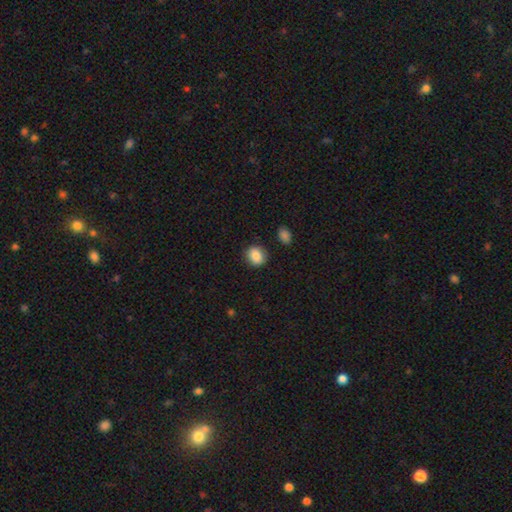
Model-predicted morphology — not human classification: Overall: smooth (86%). How rounded: round (74%). Merging: none (87%).